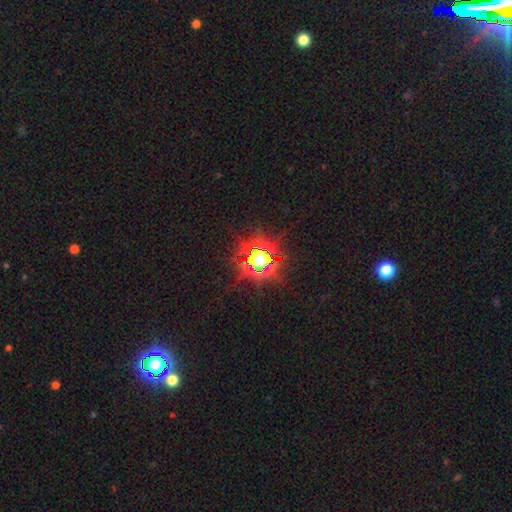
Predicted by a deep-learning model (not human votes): This is likely a star or artifact rather than a galaxy (76%).